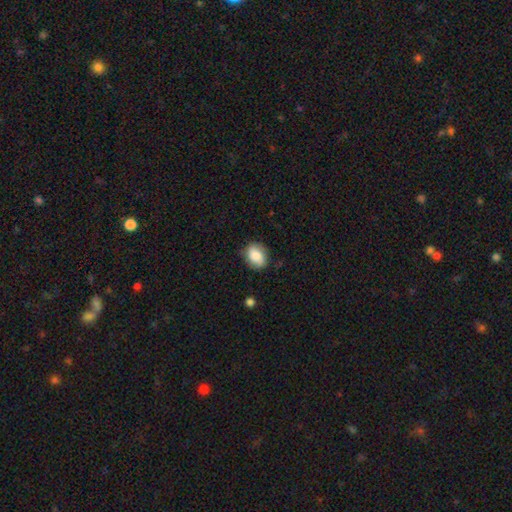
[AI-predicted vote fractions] Smooth or featured: smooth — 81% (featured or disk — 11%)
How rounded: in between — 69% (round — 30%)
Merging: none — 77% (minor disturbance — 18%)